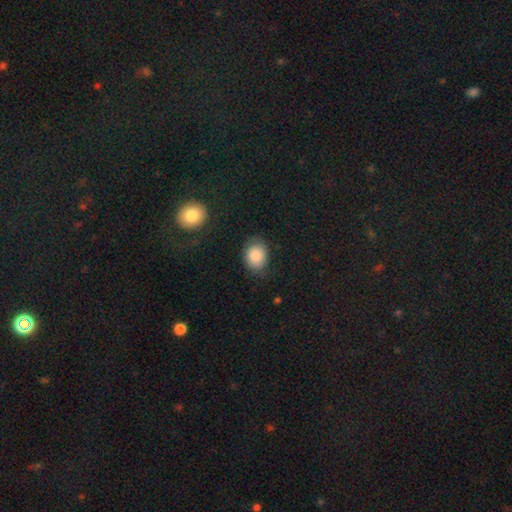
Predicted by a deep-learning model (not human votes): This is clearly a smooth galaxy (85%). How rounded: possibly round (50%). Merging: likely none (73%).